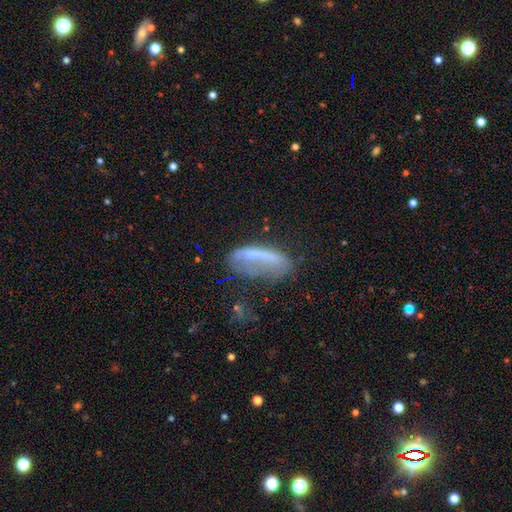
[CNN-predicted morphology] smooth_or_featured: smooth (p=0.54) [alt: featured or disk p=0.36]
how_rounded: in between (p=0.50) [alt: cigar-shaped p=0.47]
merging: major disturbance (p=0.34) [alt: none p=0.32]